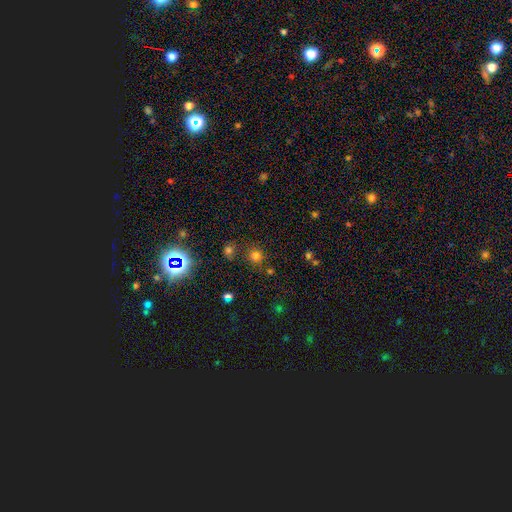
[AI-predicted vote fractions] A smooth galaxy with no disk features (72%) that is round (90%).

Vote fractions:
- Smooth or featured? smooth: 72% / star or artifact: 22% / featured or disk: 6%
- How rounded? round: 90% / in between: 9% / cigar-shaped: 1%
- Merging? none: 78% / minor disturbance: 9% / merger: 9% / major disturbance: 4%